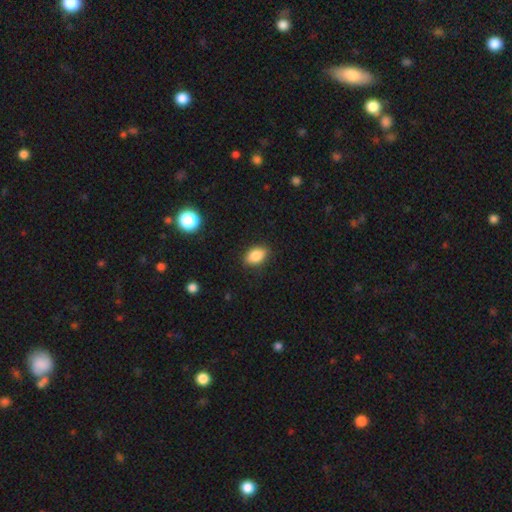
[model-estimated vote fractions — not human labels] smooth_or_featured: smooth (p=0.86) [alt: star or artifact p=0.09]
how_rounded: in between (p=0.87) [alt: round p=0.11]
merging: none (p=0.87) [alt: minor disturbance p=0.10]